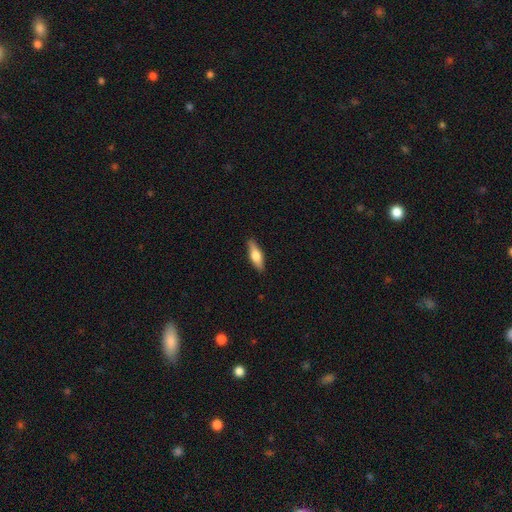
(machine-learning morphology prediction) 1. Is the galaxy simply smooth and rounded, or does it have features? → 58% smooth, 36% featured or disk, 6% star or artifact.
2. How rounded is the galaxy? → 50% in between, 47% cigar-shaped, 3% round.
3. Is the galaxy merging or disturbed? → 88% none, 9% minor disturbance, 2% major disturbance, 1% merger.